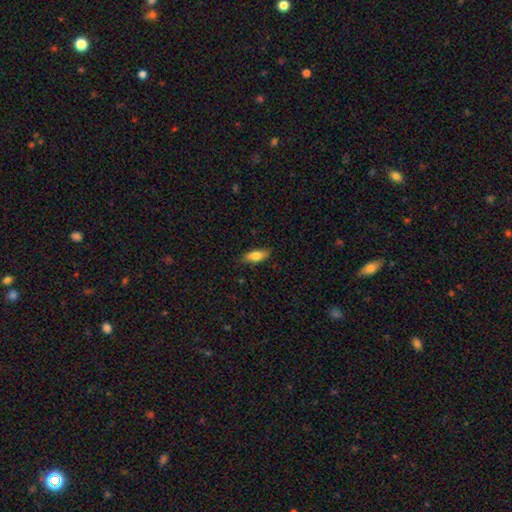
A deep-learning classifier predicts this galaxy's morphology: This is likely a smooth galaxy (78%). How rounded: likely in between (70%). Merging: clearly none (86%).